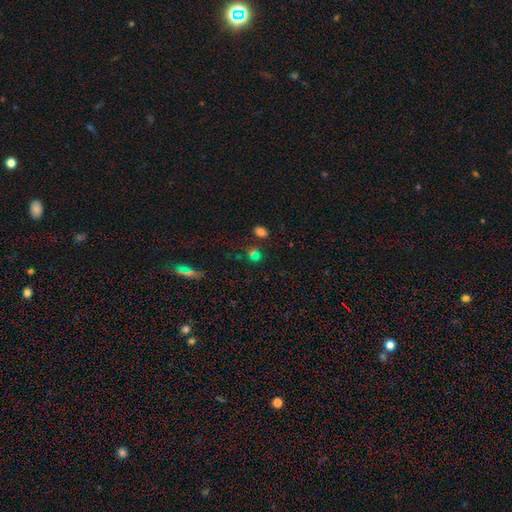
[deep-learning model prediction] Smooth or featured?
  - smooth: 64% *
  - star or artifact: 26%
  - featured or disk: 9%
How rounded?
  - in between: 52% *
  - round: 46%
  - cigar-shaped: 2%
Merging?
  - none: 60% *
  - merger: 24%
  - minor disturbance: 11%
  - major disturbance: 5%